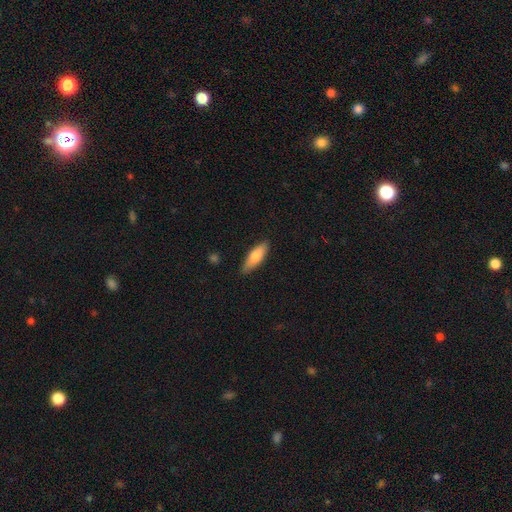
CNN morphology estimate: The model was most divided on "how rounded": in between: 56%, cigar-shaped: 42%, round: 2%. More confident: merging — none (85%); smooth or featured — smooth (76%).